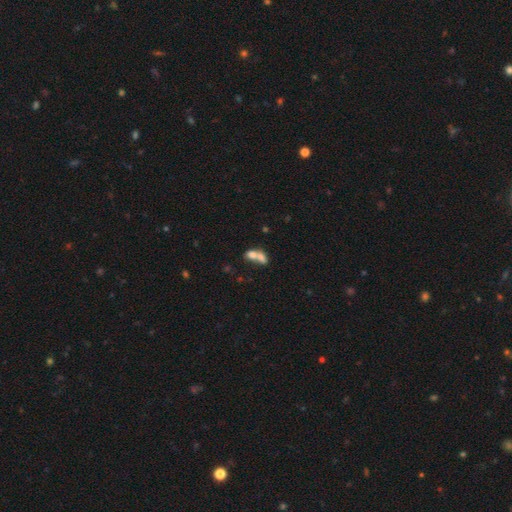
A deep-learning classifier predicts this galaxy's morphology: A smooth galaxy with no disk features (70%) that is in between round and cigar-shaped (71%).

Vote fractions:
- Smooth or featured? smooth: 70% / featured or disk: 20% / star or artifact: 10%
- How rounded? in between: 71% / round: 22% / cigar-shaped: 6%
- Merging? merger: 72% / none: 17% / minor disturbance: 6% / major disturbance: 5%